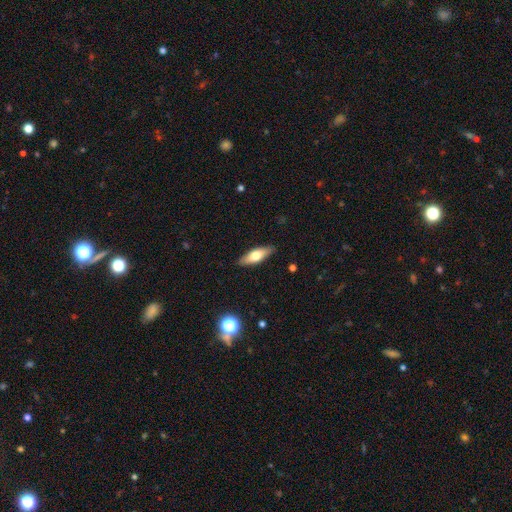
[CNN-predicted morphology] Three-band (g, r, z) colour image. It shows a smooth galaxy with no disk features (62%) that is in between round and cigar-shaped (58%). Merging: none (88%).